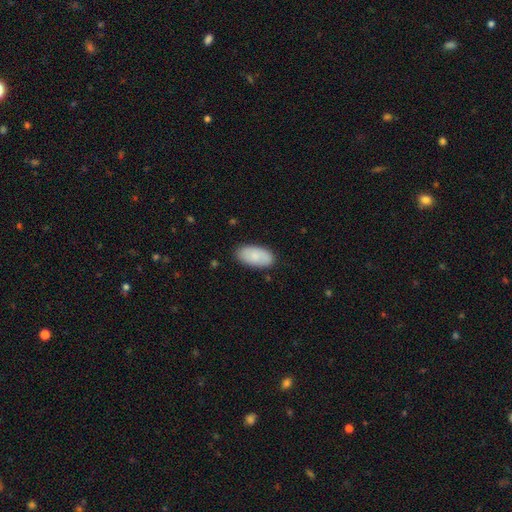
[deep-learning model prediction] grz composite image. It shows a smooth galaxy with no disk features (81%) that is in between round and cigar-shaped (94%). Merging: none (84%).